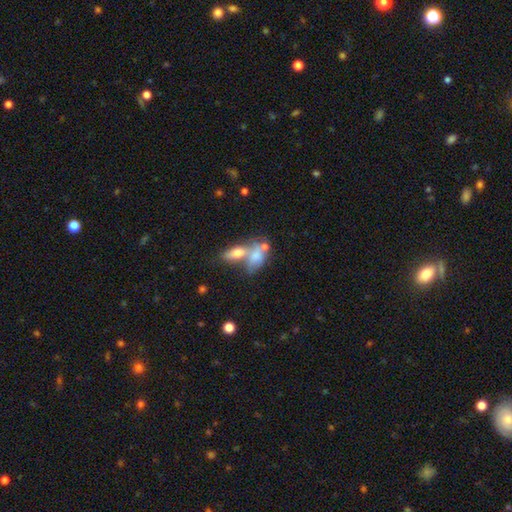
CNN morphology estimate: This appears to be a smooth galaxy with no disk features (65%) that is in between round and cigar-shaped (82%). Merging: merger (57%).